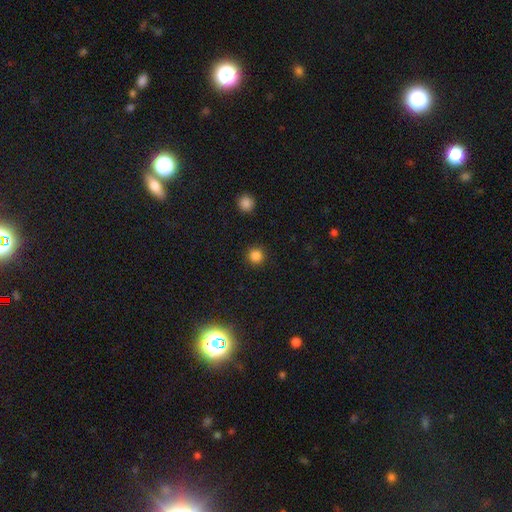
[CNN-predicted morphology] This appears to be a smooth galaxy with no disk features (84%) that is round (95%). Merging: none (92%).